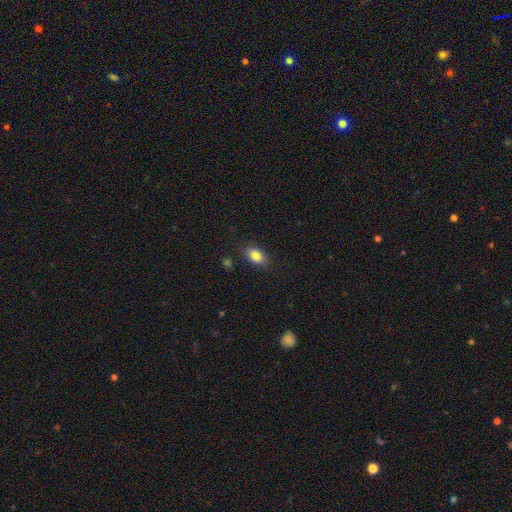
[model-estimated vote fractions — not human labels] Smooth or featured: smooth — 84% (star or artifact — 9%)
How rounded: in between — 83% (round — 15%)
Merging: none — 84% (minor disturbance — 12%)